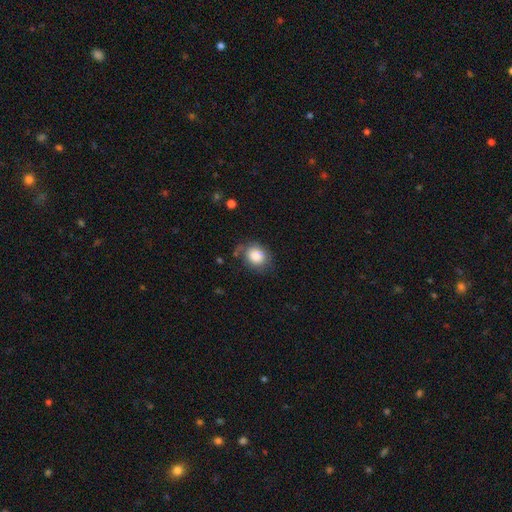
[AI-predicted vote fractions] Smooth or featured? smooth (84%)
How rounded? round (54%)
Merging? none (61%)